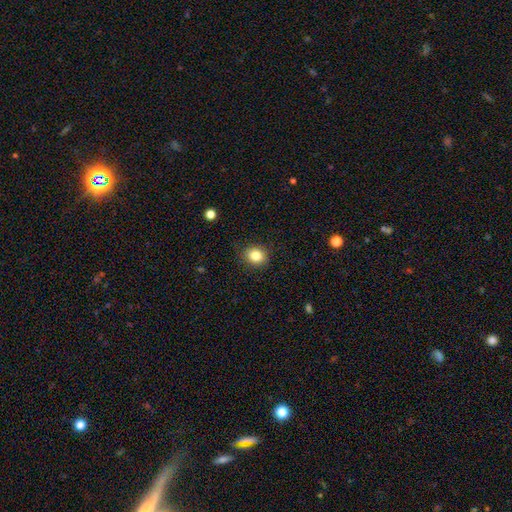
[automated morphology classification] The model was most divided on "how rounded": round: 69%, in between: 30%, cigar-shaped: 1%. More confident: merging — none (88%); smooth or featured — smooth (84%).